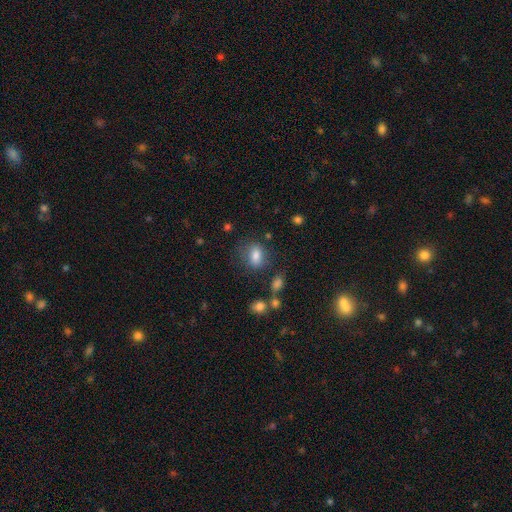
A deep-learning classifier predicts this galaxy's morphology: smooth-or-featured: smooth: 80% | star or artifact: 10% | featured or disk: 10%
  how-rounded: in between: 72% | round: 26% | cigar-shaped: 2%
  merging: none: 68% | minor disturbance: 18% | major disturbance: 8% | merger: 5%